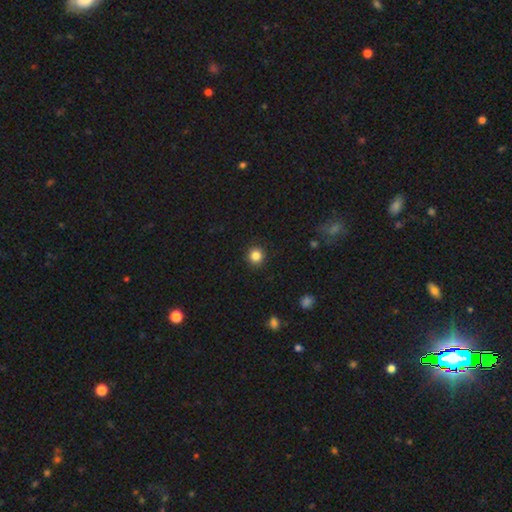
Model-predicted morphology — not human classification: This is clearly a smooth galaxy (84%). How rounded: clearly round (94%). Merging: clearly none (92%).